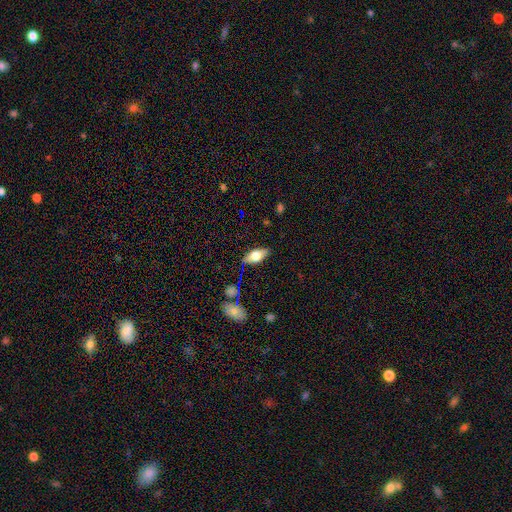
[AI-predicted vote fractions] Smooth or featured: smooth — 60% (featured or disk — 32%)
How rounded: in between — 83% (cigar-shaped — 13%)
Merging: none — 81% (minor disturbance — 14%)